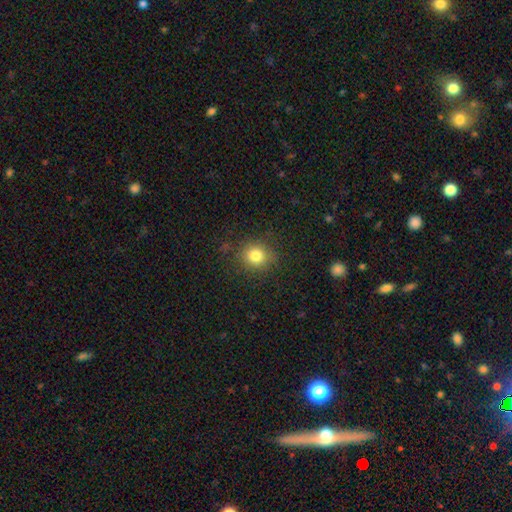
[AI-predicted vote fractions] This is likely a smooth galaxy (80%). How rounded: clearly round (82%). Merging: clearly none (85%).